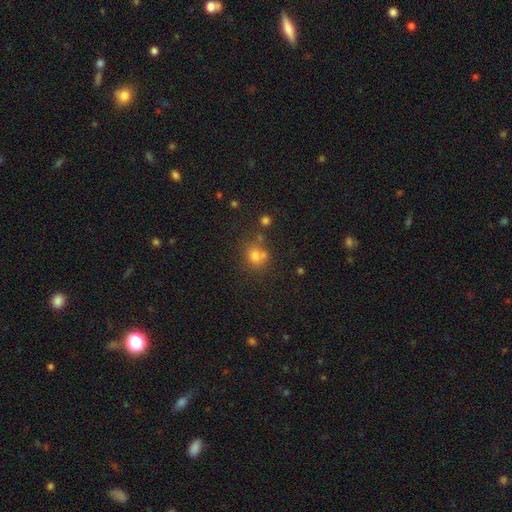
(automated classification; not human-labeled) smooth 72%, star or artifact 16%, featured or disk 11%. Down the decision tree: how rounded — round (75%); merging — none (55%).